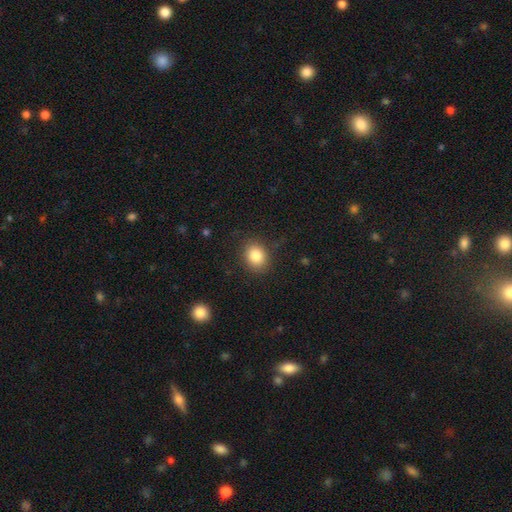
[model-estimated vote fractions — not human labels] smooth_or_featured: smooth (p=0.84) [alt: star or artifact p=0.10]
how_rounded: round (p=0.63) [alt: in between p=0.37]
merging: none (p=0.85) [alt: minor disturbance p=0.10]